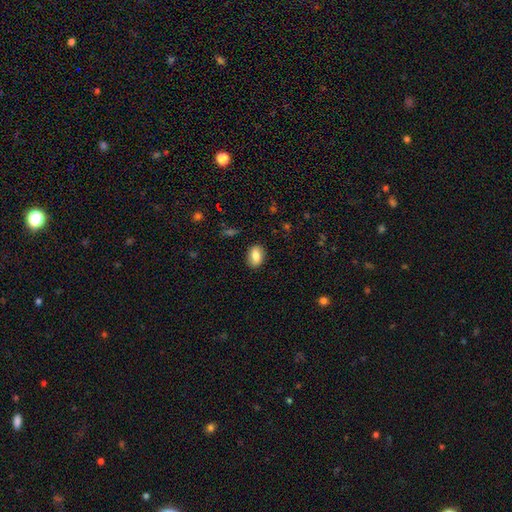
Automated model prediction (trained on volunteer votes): Overall: smooth (82%). How rounded: in between (81%). Merging: none (87%).